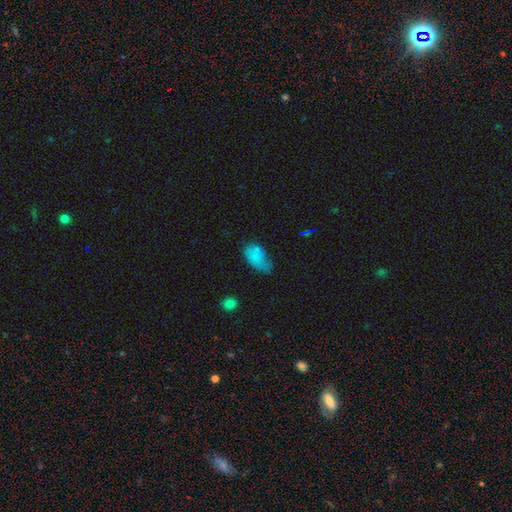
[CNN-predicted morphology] Smooth or featured? Predicted: smooth (p=0.72). How rounded? Predicted: in between (p=0.91). Merging? Predicted: none (p=0.35).